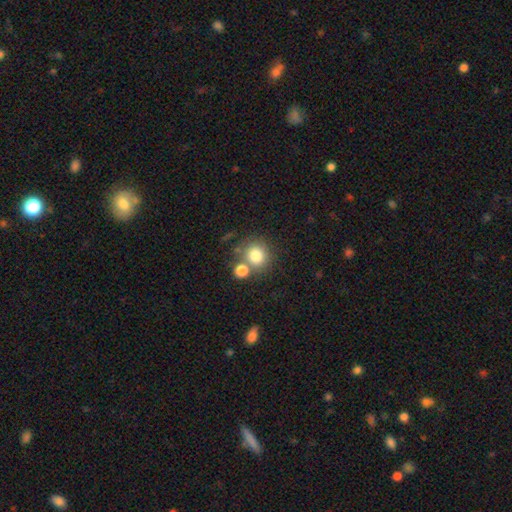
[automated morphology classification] Q: Smooth or featured?
A: smooth (79%); runner-up: star or artifact (12%)
Q: How rounded?
A: round (89%); runner-up: in between (10%)
Q: Merging?
A: none (64%); runner-up: merger (24%)